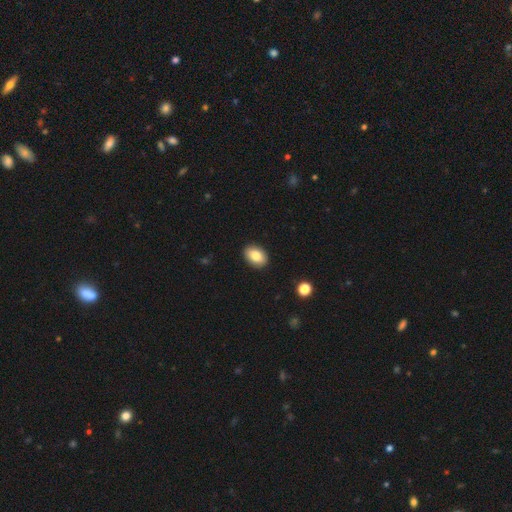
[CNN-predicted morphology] A smooth galaxy with no disk features (84%) that is in between round and cigar-shaped (82%). Merging: none (90%).